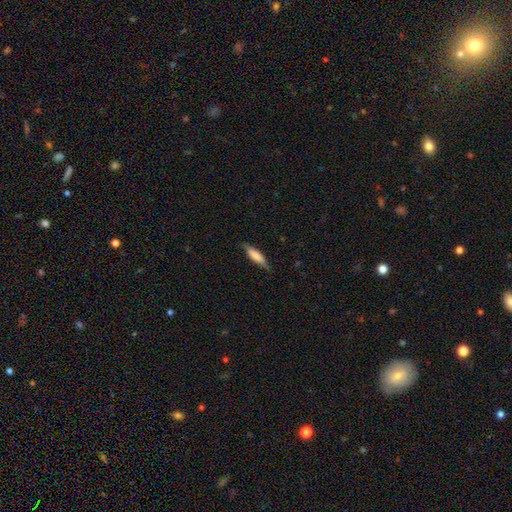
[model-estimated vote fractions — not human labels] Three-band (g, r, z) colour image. It shows a smooth galaxy with no disk features (70%) that is cigar-shaped (64%). Merging: none (77%).